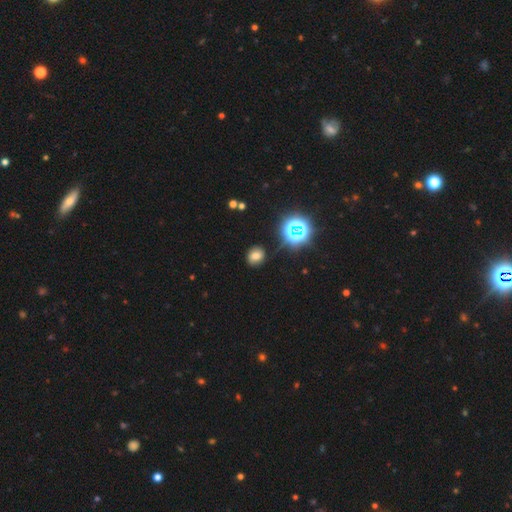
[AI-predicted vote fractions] This is likely a smooth galaxy (66%). How rounded: likely round (65%). Merging: clearly none (82%).